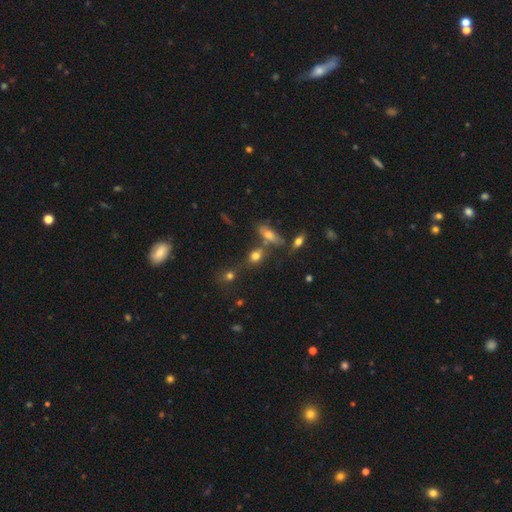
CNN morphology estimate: smooth 66%, star or artifact 18%, featured or disk 16%. Down the decision tree: how rounded — in between (50%); merging — none (52%).